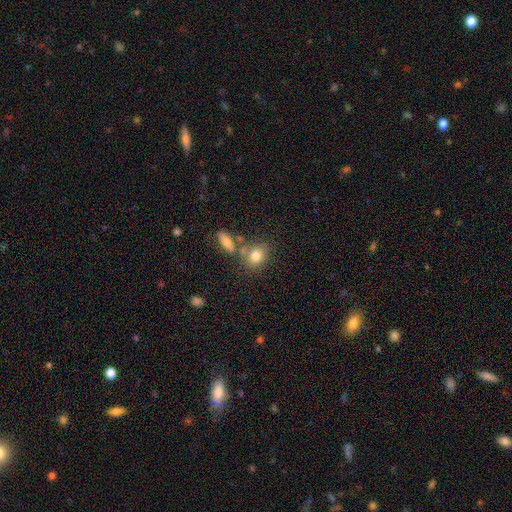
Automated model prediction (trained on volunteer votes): smooth_or_featured: smooth (p=0.79) [alt: featured or disk p=0.11]
how_rounded: in between (p=0.57) [alt: round p=0.40]
merging: none (p=0.55) [alt: merger p=0.26]